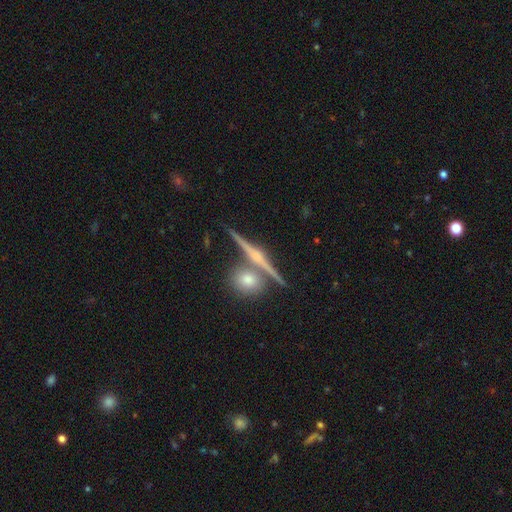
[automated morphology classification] Smooth or featured? Predicted: featured or disk (p=0.73). Edge-on disk? Predicted: yes (p=0.96). Edge-on bulge? Predicted: rounded (p=0.74). Merging? Predicted: none (p=0.75).